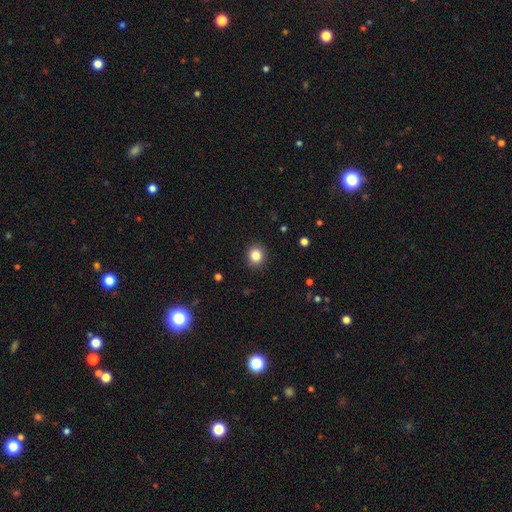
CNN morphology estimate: Smooth or featured? smooth (84%)
How rounded? round (81%)
Merging? none (90%)